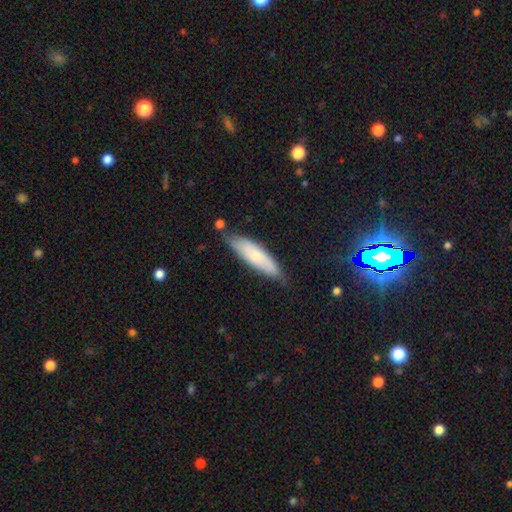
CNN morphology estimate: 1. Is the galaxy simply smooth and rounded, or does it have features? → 64% smooth, 29% featured or disk, 6% star or artifact.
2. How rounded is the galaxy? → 61% cigar-shaped, 37% in between, 2% round.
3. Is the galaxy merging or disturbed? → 70% none, 22% minor disturbance, 4% major disturbance, 3% merger.